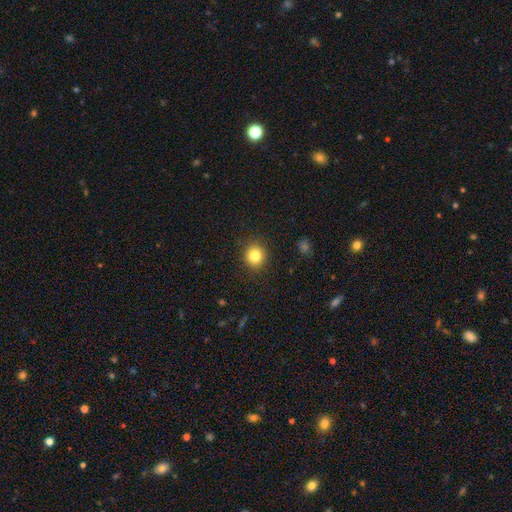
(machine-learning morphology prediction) A smooth galaxy with no disk features (82%) that is round (84%). Merging: none (90%).